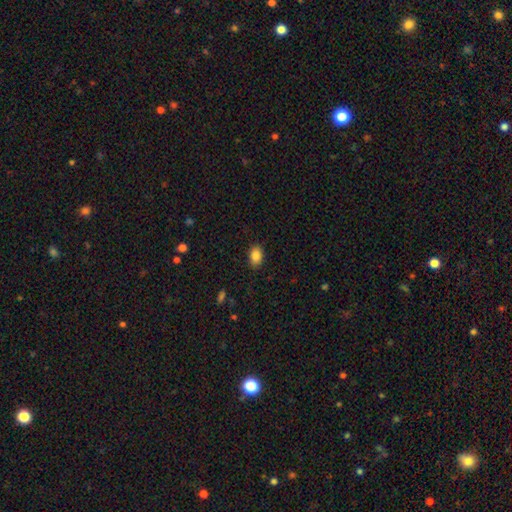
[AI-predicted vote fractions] smooth_or_featured: smooth (p=0.87) [alt: star or artifact p=0.08]
how_rounded: in between (p=0.84) [alt: round p=0.15]
merging: none (p=0.88) [alt: minor disturbance p=0.09]